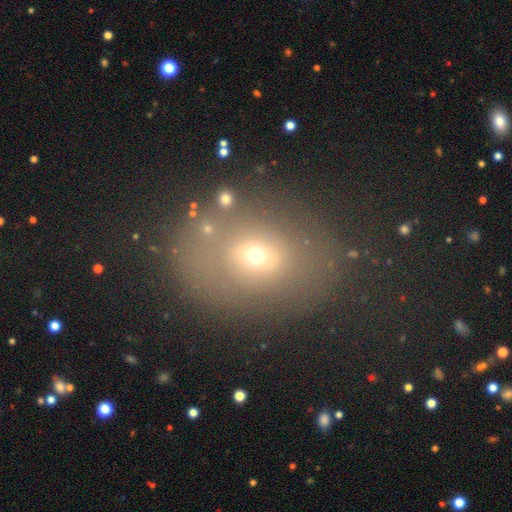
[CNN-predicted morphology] Overall: smooth (58%; star or artifact 22%). How rounded: round (51%; in between 47%). Merging: none (67%).